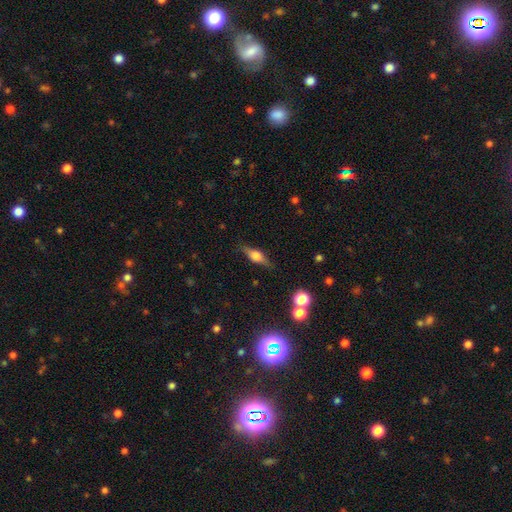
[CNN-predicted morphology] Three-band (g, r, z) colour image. It shows a featured or disk galaxy (54%) viewed edge-on (94%) with a rounded central bulge (85%). Merging: none (82%).